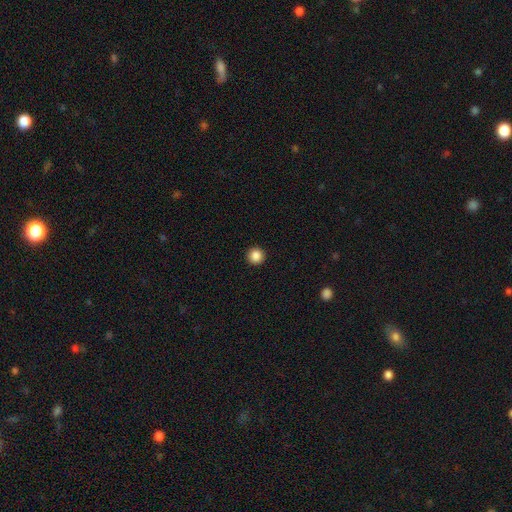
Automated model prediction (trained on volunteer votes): A smooth galaxy with no disk features (87%) that is round (96%).

Vote fractions:
- Smooth or featured? smooth: 87% / star or artifact: 10% / featured or disk: 3%
- How rounded? round: 96% / in between: 3% / cigar-shaped: 1%
- Merging? none: 93% / minor disturbance: 4% / major disturbance: 1% / merger: 1%